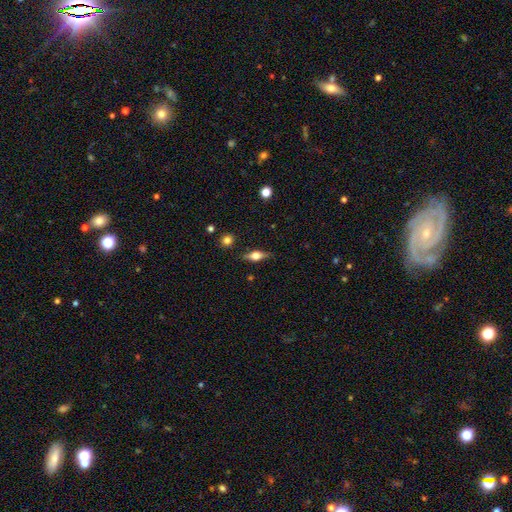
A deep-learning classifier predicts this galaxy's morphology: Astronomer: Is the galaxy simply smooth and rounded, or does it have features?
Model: featured or disk — 52% (runner-up: smooth, 41%).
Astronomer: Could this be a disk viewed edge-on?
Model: yes — 93%.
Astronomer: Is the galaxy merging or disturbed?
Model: none — 83%.